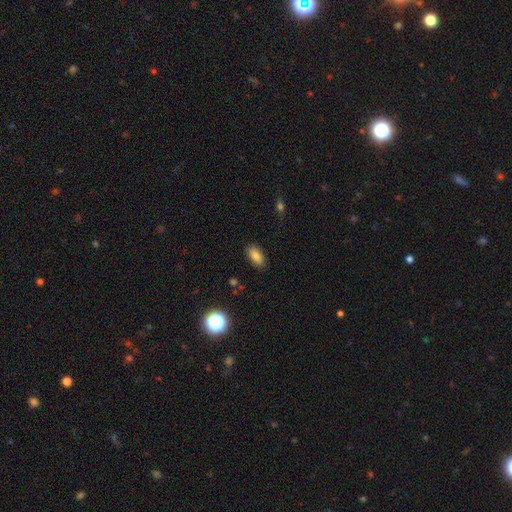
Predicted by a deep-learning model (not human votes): Smooth or featured: smooth — 82% (star or artifact — 10%)
How rounded: in between — 90% (cigar-shaped — 6%)
Merging: none — 86% (minor disturbance — 10%)